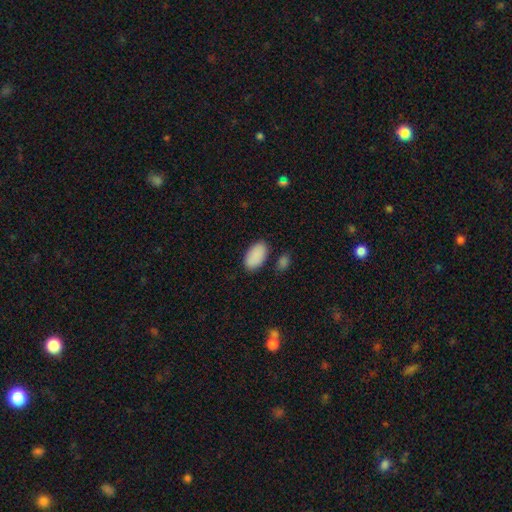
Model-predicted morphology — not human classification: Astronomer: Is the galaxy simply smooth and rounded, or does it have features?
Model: smooth — 90%.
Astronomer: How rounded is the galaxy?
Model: in between — 95%.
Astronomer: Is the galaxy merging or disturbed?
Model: none — 80%.